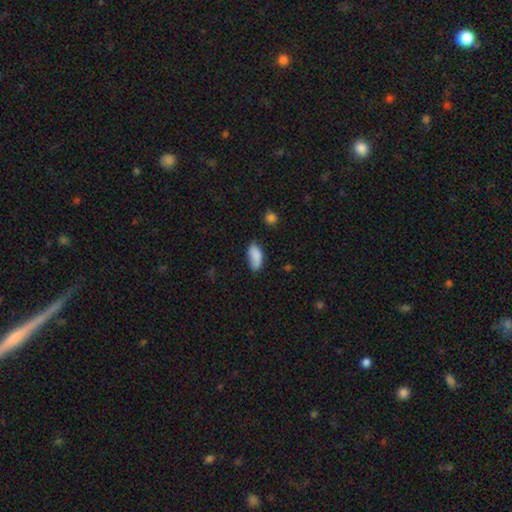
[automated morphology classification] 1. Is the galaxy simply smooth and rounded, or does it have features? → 84% smooth, 8% featured or disk, 8% star or artifact.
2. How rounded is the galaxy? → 89% in between, 8% cigar-shaped, 3% round.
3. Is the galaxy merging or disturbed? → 61% none, 27% minor disturbance, 7% major disturbance, 4% merger.